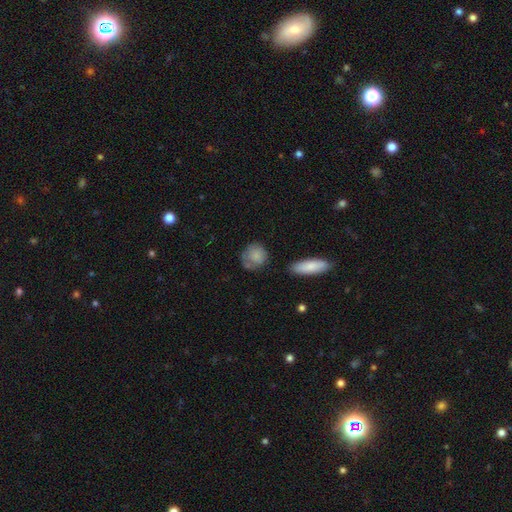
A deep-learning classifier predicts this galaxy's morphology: smooth_or_featured: smooth (p=0.79) [alt: featured or disk p=0.14]
how_rounded: round (p=0.77) [alt: in between p=0.21]
merging: none (p=0.60) [alt: minor disturbance p=0.25]